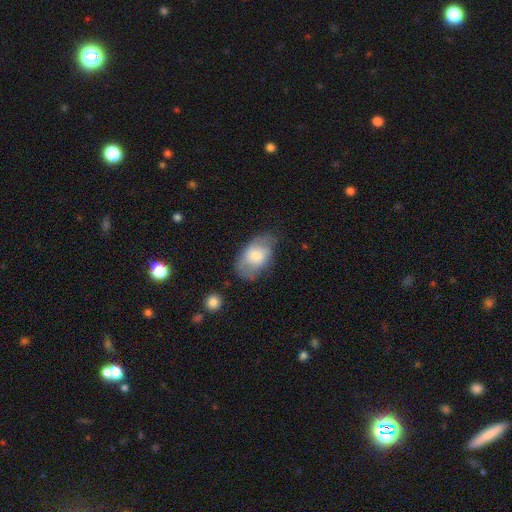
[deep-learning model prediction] This appears to be a smooth galaxy with no disk features (66%) that is in between round and cigar-shaped (89%). Merging: none (56%).